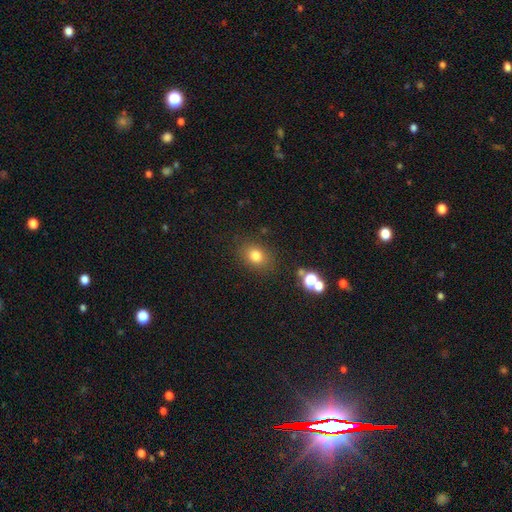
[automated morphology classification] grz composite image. It shows a smooth galaxy with no disk features (78%) that is in between round and cigar-shaped (51%). Merging: none (83%).